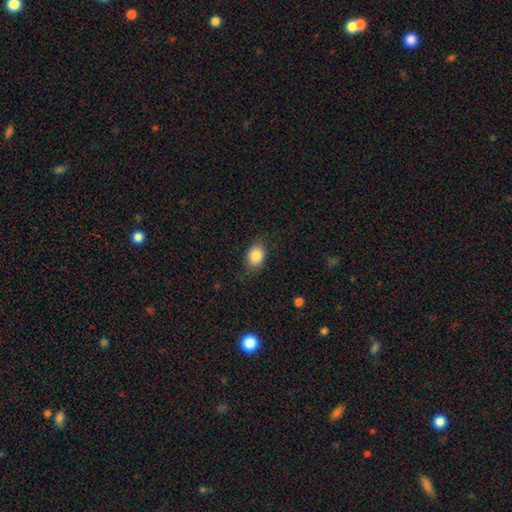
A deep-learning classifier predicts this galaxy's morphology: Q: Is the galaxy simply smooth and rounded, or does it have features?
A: smooth — 85%.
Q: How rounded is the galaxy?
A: in between — 69%.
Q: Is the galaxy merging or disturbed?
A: none — 77%.